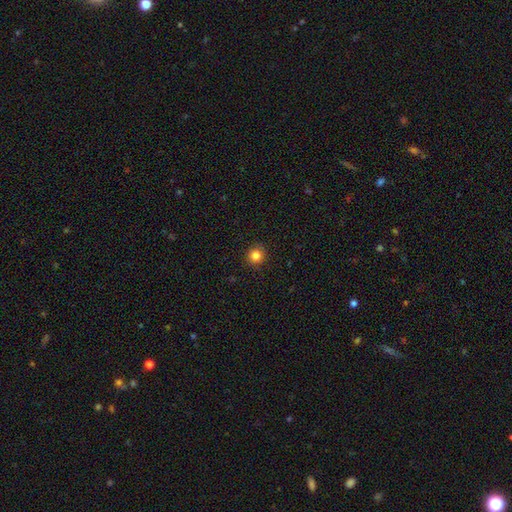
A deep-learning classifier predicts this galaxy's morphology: A smooth galaxy with no disk features (83%) that is round (93%). Merging: none (91%).